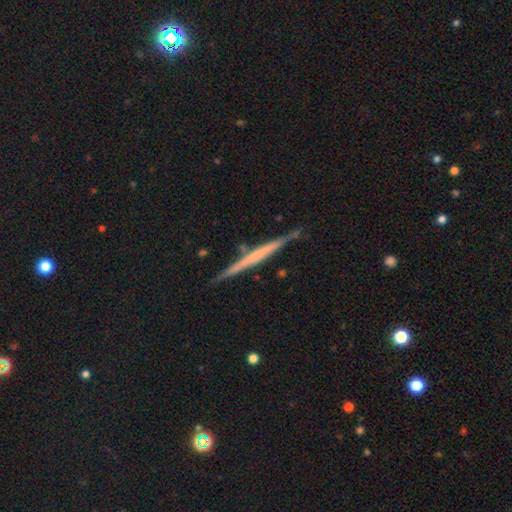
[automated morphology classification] type=featured or disk (64%); edge-on=yes (98%); edge-on bulge=none (77%); merging=none (87%).